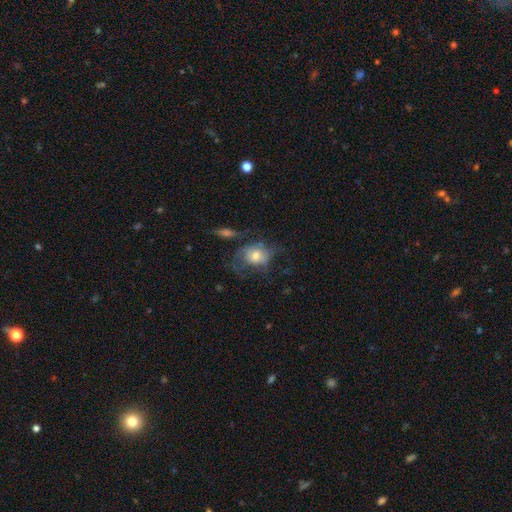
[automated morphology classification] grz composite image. It shows a smooth galaxy with no disk features (49%). Merging: major disturbance (35%, tied with none).